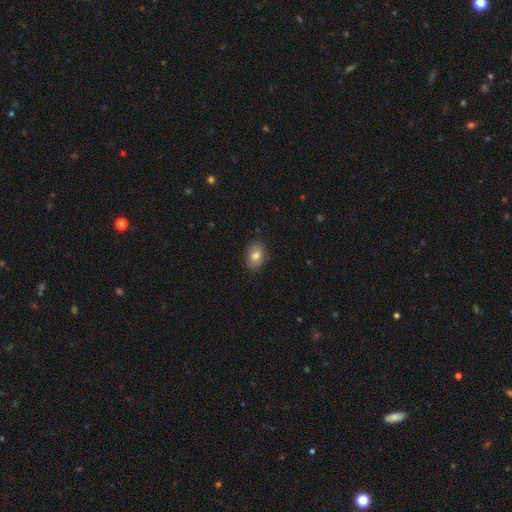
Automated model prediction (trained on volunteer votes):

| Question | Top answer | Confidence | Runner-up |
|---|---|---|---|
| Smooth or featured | smooth | 82% | featured or disk (10%) |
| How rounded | in between | 82% | round (17%) |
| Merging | none | 86% | minor disturbance (10%) |